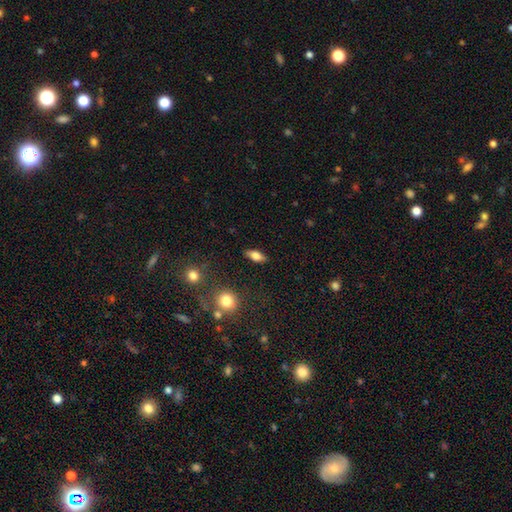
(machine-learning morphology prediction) smooth-or-featured: smooth: 73% | featured or disk: 19% | star or artifact: 8%
  how-rounded: in between: 80% | cigar-shaped: 14% | round: 5%
  merging: none: 86% | minor disturbance: 9% | major disturbance: 3% | merger: 2%